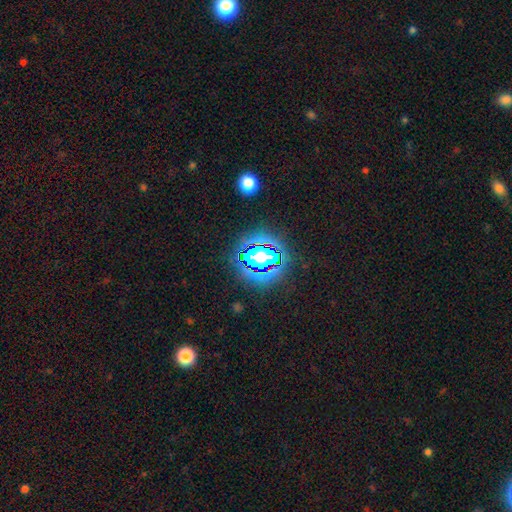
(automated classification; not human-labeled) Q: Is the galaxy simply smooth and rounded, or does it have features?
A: star or artifact — 63%.